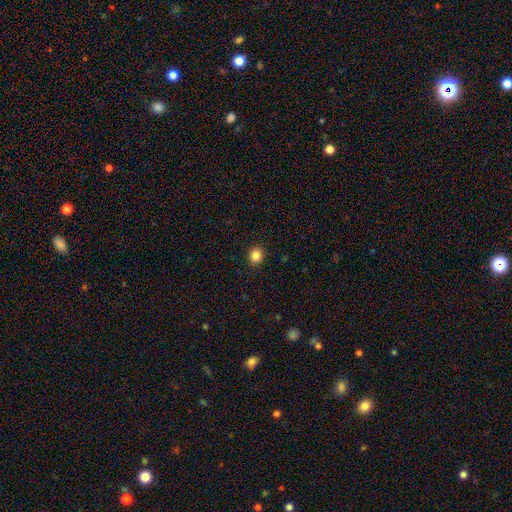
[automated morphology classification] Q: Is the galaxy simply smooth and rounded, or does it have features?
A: smooth — 85%.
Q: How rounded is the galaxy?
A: round — 81%.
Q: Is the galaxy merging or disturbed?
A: none — 92%.